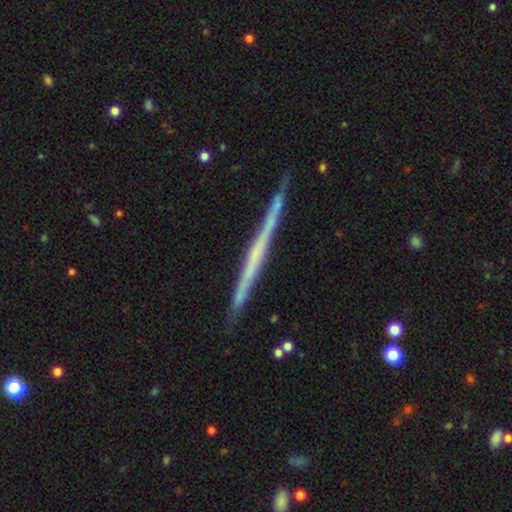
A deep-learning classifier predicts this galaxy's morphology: smooth_or_featured: featured or disk (p=0.68) [alt: smooth p=0.26]
disk_edge_on: yes (p=0.98) [alt: no p=0.02]
edge_on_bulge: none (p=0.86) [alt: rounded p=0.09]
merging: none (p=0.88) [alt: minor disturbance p=0.09]